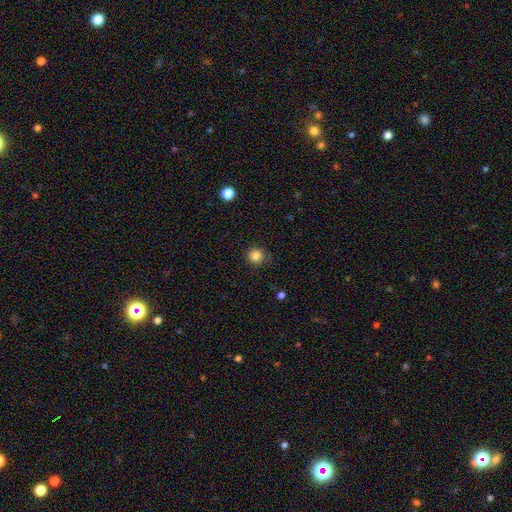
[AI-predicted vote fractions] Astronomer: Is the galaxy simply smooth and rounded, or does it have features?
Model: smooth — 84%.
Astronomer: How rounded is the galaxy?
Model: round — 92%.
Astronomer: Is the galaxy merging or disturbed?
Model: none — 83%.